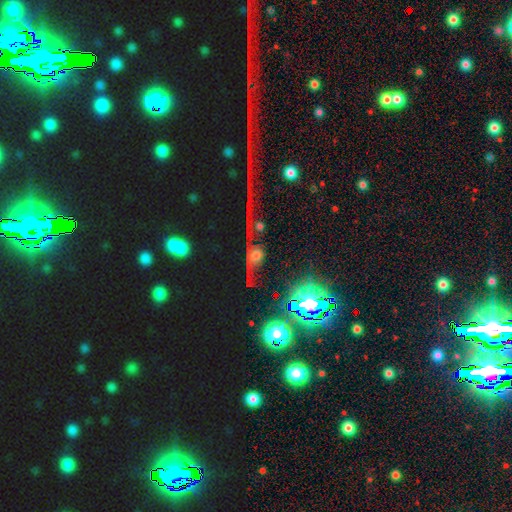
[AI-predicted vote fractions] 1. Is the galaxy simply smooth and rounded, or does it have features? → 43% featured or disk, 29% star or artifact, 28% smooth.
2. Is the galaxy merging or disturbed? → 36% major disturbance, 34% none, 16% minor disturbance, 15% merger.